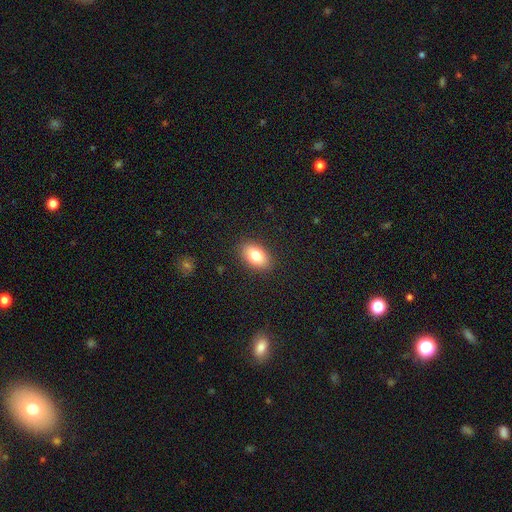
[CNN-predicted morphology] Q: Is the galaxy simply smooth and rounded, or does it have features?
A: smooth — 81%.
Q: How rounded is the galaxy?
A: in between — 90%.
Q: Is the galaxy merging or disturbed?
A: none — 88%.